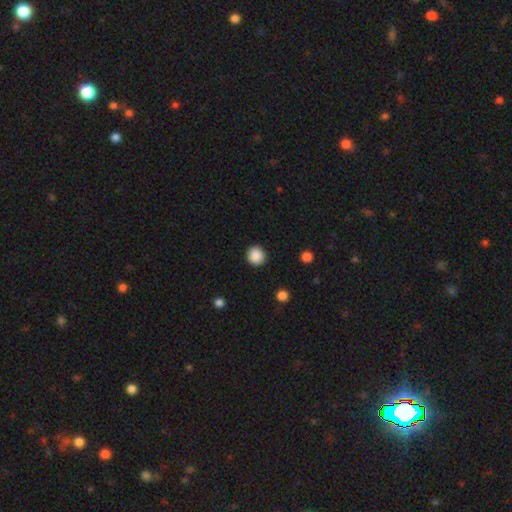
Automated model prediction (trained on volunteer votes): Morphology: type=smooth (88%); roundness=round (94%); merging=none (92%).